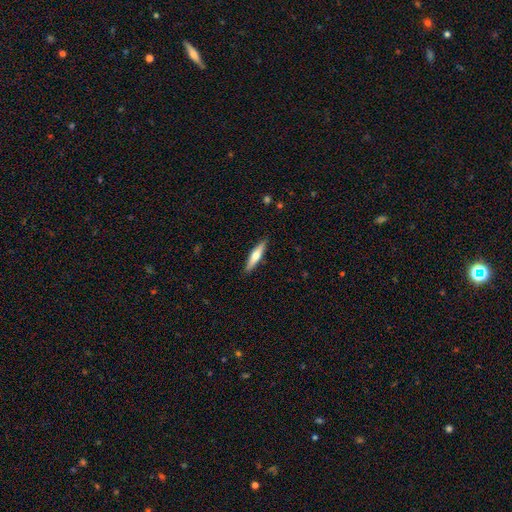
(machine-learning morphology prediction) The model was most divided on "smooth or featured": smooth: 50%, featured or disk: 45%, star or artifact: 5%. More confident: merging — none (90%).